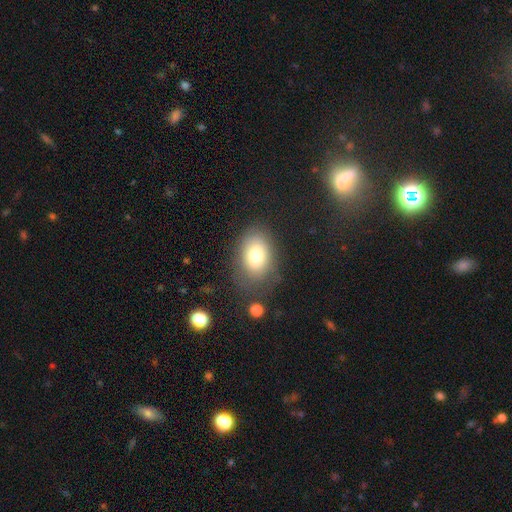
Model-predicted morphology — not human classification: A smooth galaxy with no disk features (79%) that is in between round and cigar-shaped (84%).

Vote fractions:
- Smooth or featured? smooth: 79% / featured or disk: 12% / star or artifact: 9%
- How rounded? in between: 84% / round: 15% / cigar-shaped: 1%
- Merging? none: 73% / minor disturbance: 17% / major disturbance: 7% / merger: 3%